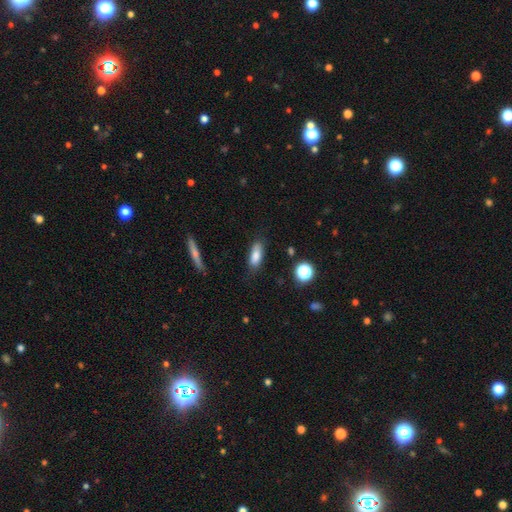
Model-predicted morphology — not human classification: smooth_or_featured: smooth (p=0.80) [alt: featured or disk p=0.12]
how_rounded: in between (p=0.68) [alt: cigar-shaped p=0.29]
merging: none (p=0.76) [alt: minor disturbance p=0.18]